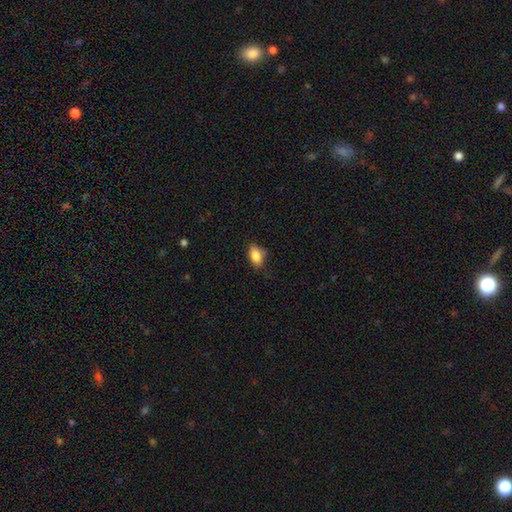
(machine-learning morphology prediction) Overall: smooth (85%). How rounded: in between (89%). Merging: none (75%).